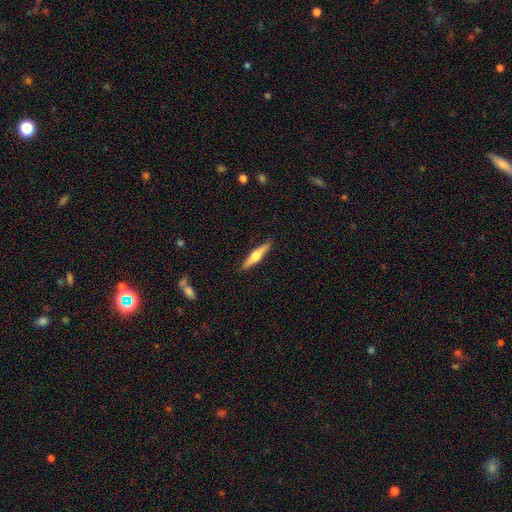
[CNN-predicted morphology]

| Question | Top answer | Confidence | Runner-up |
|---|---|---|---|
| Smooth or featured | featured or disk | 51% | smooth (43%) |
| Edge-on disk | yes | 95% | no (5%) |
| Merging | none | 90% | minor disturbance (7%) |